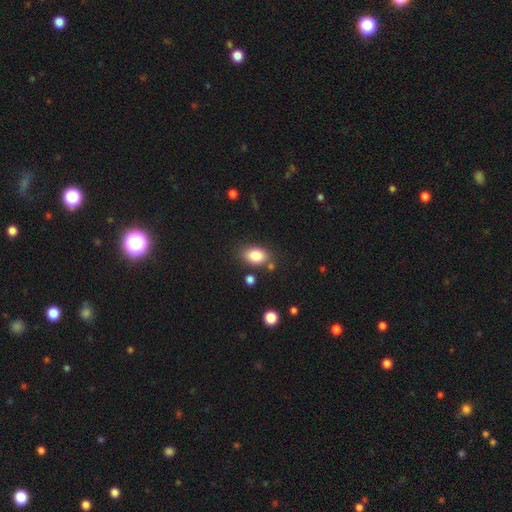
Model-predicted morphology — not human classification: This is clearly a smooth galaxy (85%). How rounded: clearly in between (85%). Merging: likely none (78%).